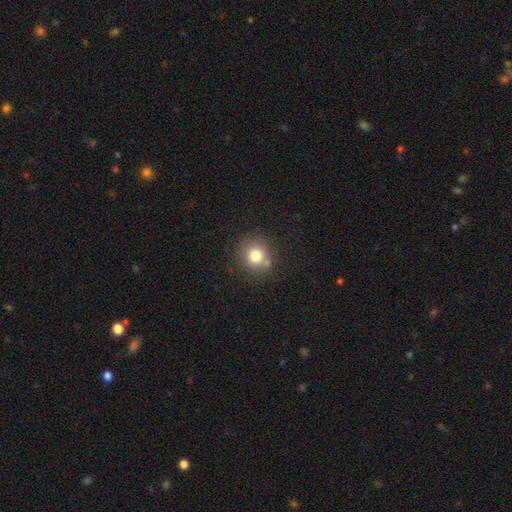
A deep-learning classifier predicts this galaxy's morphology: Smooth or featured? smooth (79%)
How rounded? round (87%)
Merging? none (76%)